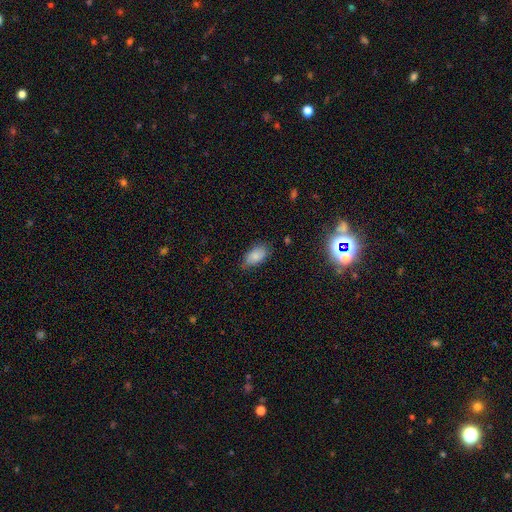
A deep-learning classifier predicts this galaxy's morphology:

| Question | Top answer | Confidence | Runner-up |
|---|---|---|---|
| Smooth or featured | smooth | 84% | star or artifact (8%) |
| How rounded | in between | 93% | round (4%) |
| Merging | none | 75% | minor disturbance (20%) |